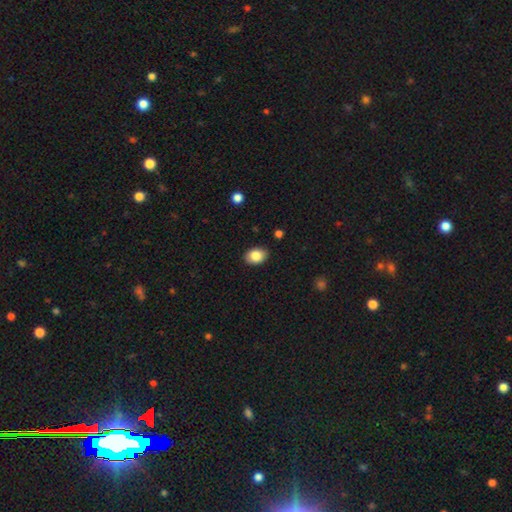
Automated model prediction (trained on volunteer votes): Smooth or featured: smooth — 85% (star or artifact — 8%)
How rounded: in between — 73% (round — 26%)
Merging: none — 87% (minor disturbance — 9%)